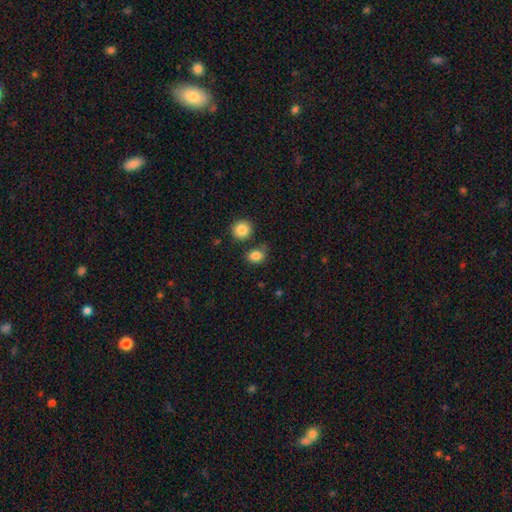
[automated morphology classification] This appears to be a smooth galaxy with no disk features (84%) that is round (60%). Merging: none (72%).